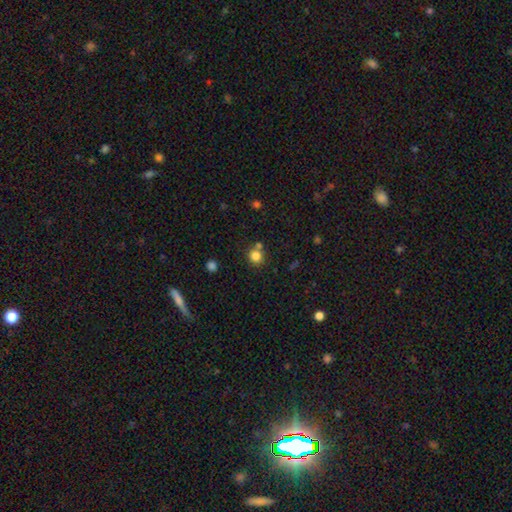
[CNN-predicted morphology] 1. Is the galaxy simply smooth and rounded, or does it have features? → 82% smooth, 13% star or artifact, 6% featured or disk.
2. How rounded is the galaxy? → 89% round, 10% in between, 1% cigar-shaped.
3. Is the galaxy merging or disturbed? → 70% none, 18% merger, 9% minor disturbance, 3% major disturbance.